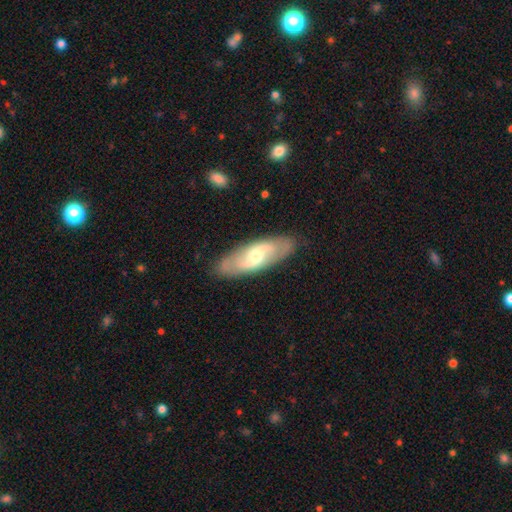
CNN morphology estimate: featured or disk 68%, smooth 27%, star or artifact 5%. Down the decision tree: edge-on disk — no (85%); bar — weak (49%); spiral arms — yes (77%); bulge size — moderate (59%); merging — none (87%).